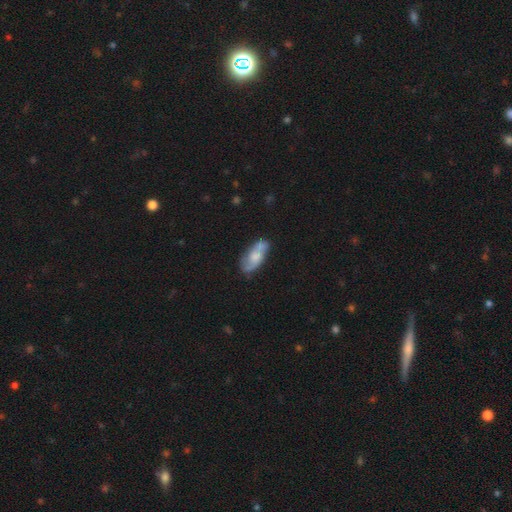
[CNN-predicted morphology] featured or disk 51%, smooth 43%, star or artifact 7%. Down the decision tree: edge-on disk — no (88%); merging — none (60%).